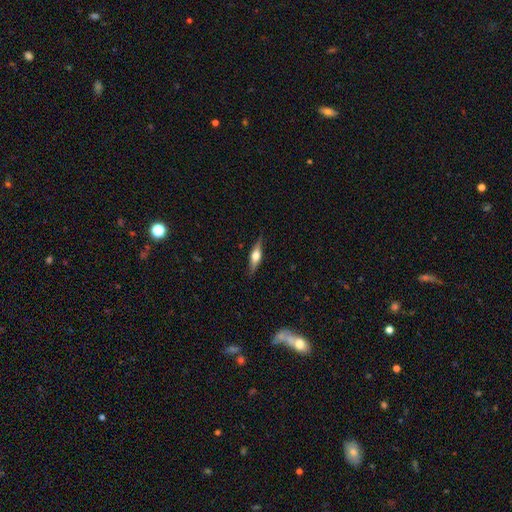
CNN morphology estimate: Overall: featured or disk (60%; smooth 34%). Edge-on disk: yes (95%). Edge-on bulge: rounded (92%). Merging: none (86%).